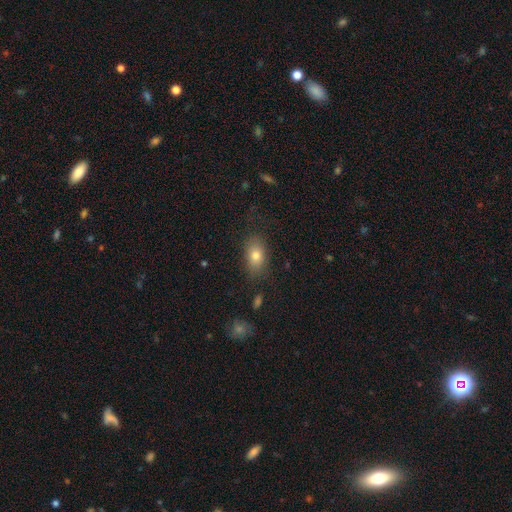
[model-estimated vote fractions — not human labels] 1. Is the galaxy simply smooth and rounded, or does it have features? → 76% smooth, 13% featured or disk, 11% star or artifact.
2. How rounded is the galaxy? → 83% in between, 15% round, 3% cigar-shaped.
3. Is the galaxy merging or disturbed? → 78% none, 15% minor disturbance, 5% major disturbance, 2% merger.